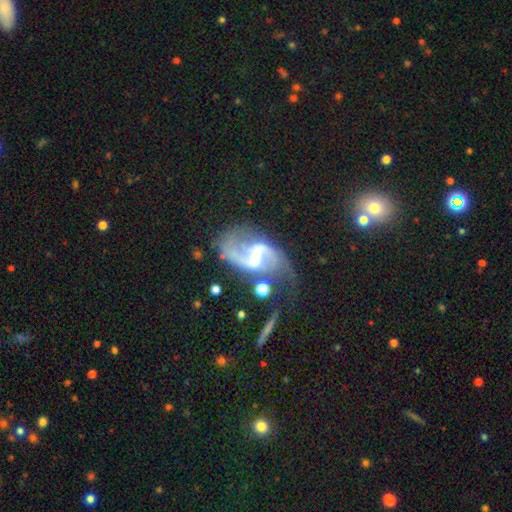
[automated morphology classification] smooth_or_featured: featured or disk (p=0.86) [alt: smooth p=0.07]
disk_edge_on: no (p=0.97) [alt: yes p=0.03]
bar: weak (p=0.50) [alt: strong p=0.32]
has_spiral_arms: yes (p=0.95) [alt: no p=0.05]
spiral_winding: loose (p=0.57) [alt: medium p=0.35]
spiral_arm_count: 2 (p=0.89) [alt: can't tell p=0.04]
bulge_size: small (p=0.52) [alt: moderate p=0.38]
merging: none (p=0.52) [alt: minor disturbance p=0.20]